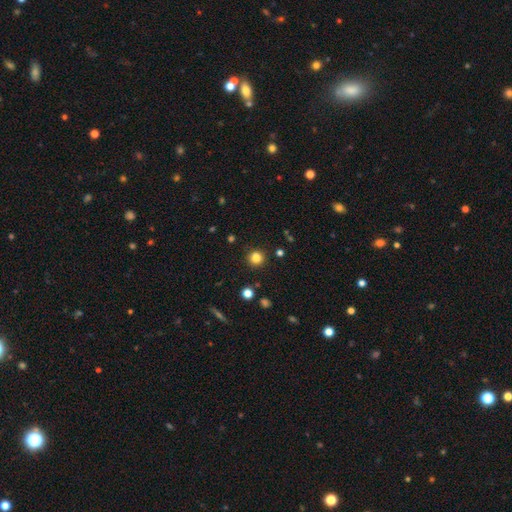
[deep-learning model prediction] smooth_or_featured: smooth (p=0.82) [alt: star or artifact p=0.13]
how_rounded: round (p=0.93) [alt: in between p=0.06]
merging: none (p=0.90) [alt: minor disturbance p=0.06]